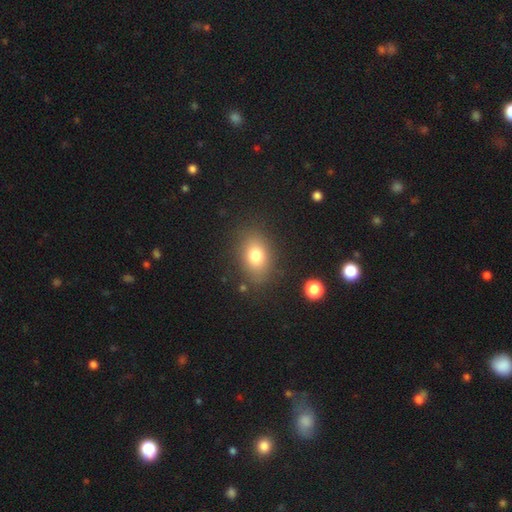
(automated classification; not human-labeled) Smooth or featured?
  - smooth: 78% *
  - star or artifact: 11%
  - featured or disk: 11%
How rounded?
  - in between: 72% *
  - round: 27%
  - cigar-shaped: 1%
Merging?
  - none: 82% *
  - minor disturbance: 11%
  - major disturbance: 4%
  - merger: 2%